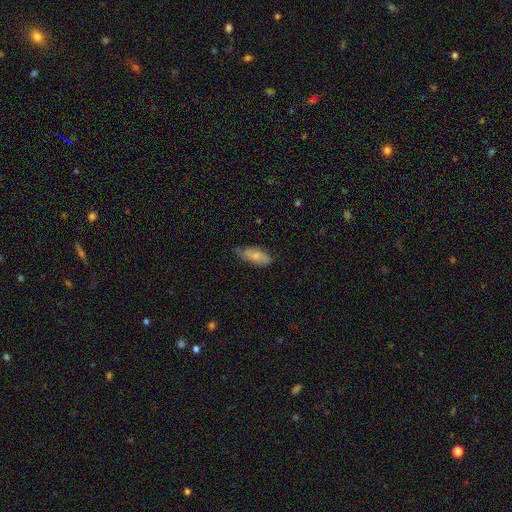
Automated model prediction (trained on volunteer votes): A smooth galaxy with no disk features (72%) that is in between round and cigar-shaped (81%). Merging: none (65%).